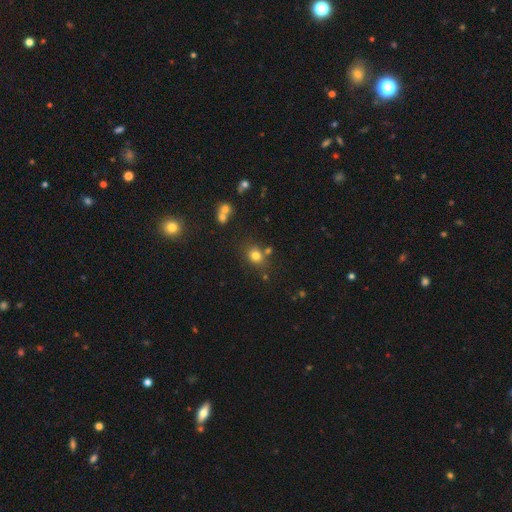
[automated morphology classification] Overall: smooth (77%). How rounded: round (66%; in between 33%). Merging: none (71%).